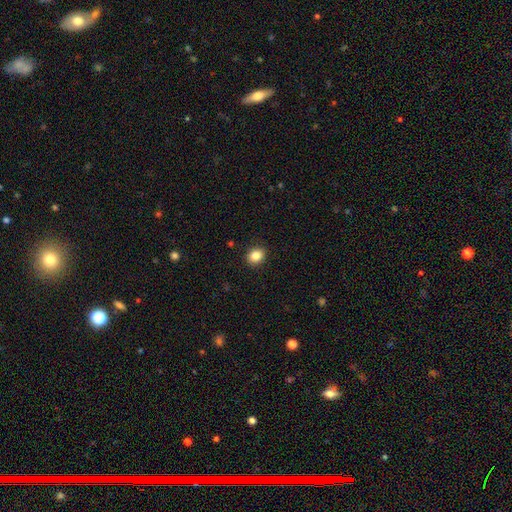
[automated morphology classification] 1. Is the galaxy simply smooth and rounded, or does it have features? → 85% smooth, 10% star or artifact, 5% featured or disk.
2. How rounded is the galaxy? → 63% round, 36% in between, 1% cigar-shaped.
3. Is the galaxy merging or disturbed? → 91% none, 6% minor disturbance, 2% major disturbance, 1% merger.